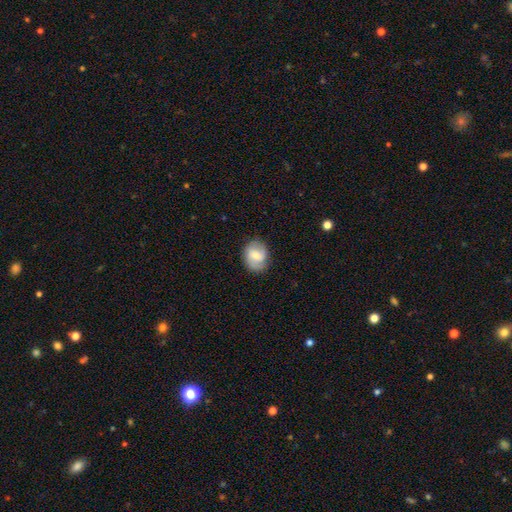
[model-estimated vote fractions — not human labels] Q: Smooth or featured?
A: smooth (53%); runner-up: featured or disk (40%)
Q: How rounded?
A: round (56%); runner-up: in between (43%)
Q: Merging?
A: none (78%); runner-up: minor disturbance (16%)